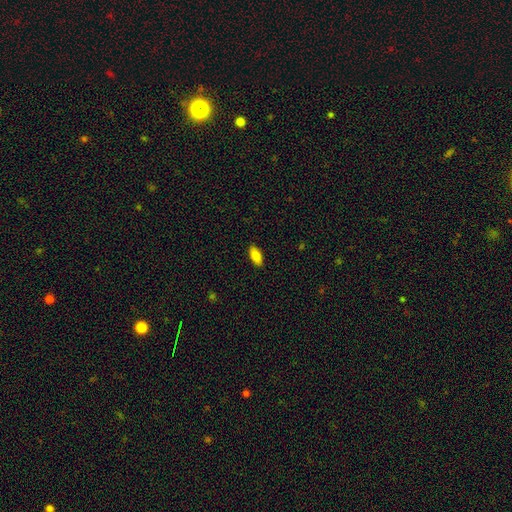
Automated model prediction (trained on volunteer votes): This is clearly a smooth galaxy (85%). How rounded: clearly in between (86%). Merging: clearly none (89%).